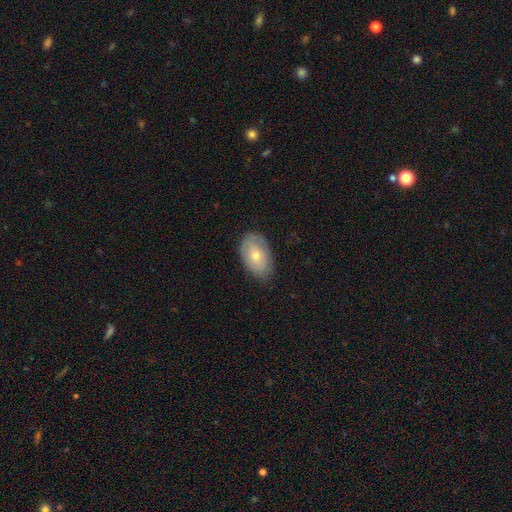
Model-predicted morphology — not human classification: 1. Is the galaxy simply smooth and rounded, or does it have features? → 57% smooth, 36% featured or disk, 7% star or artifact.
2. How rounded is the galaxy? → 90% in between, 8% round, 1% cigar-shaped.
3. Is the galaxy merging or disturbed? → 75% none, 20% minor disturbance, 4% major disturbance, 1% merger.